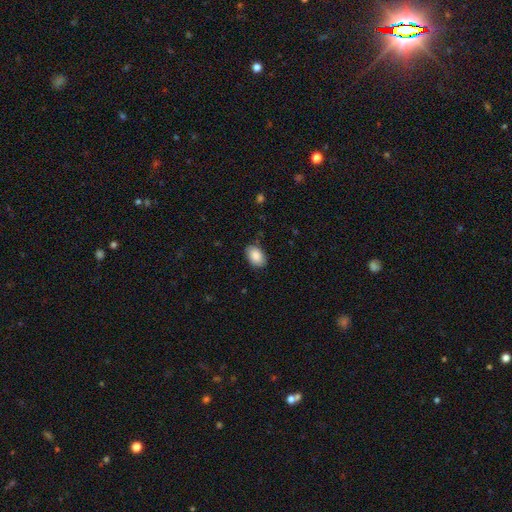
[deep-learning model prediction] A smooth galaxy with no disk features (88%) that is in between round and cigar-shaped (87%). Merging: none (82%).